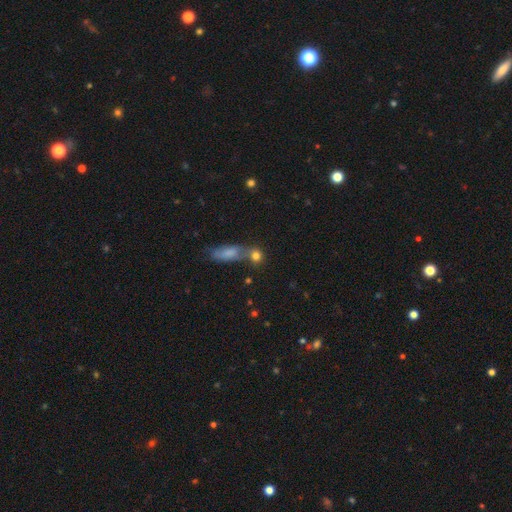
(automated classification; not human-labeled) This appears to be a smooth galaxy with no disk features (78%) that is round (71%). Merging: none (49%).